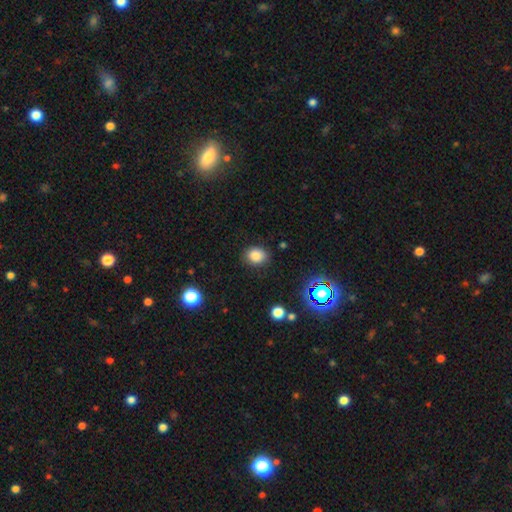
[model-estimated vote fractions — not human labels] Smooth or featured?
  - smooth: 83% *
  - star or artifact: 12%
  - featured or disk: 5%
How rounded?
  - round: 56% *
  - in between: 43%
  - cigar-shaped: 1%
Merging?
  - none: 84% *
  - minor disturbance: 11%
  - major disturbance: 3%
  - merger: 2%